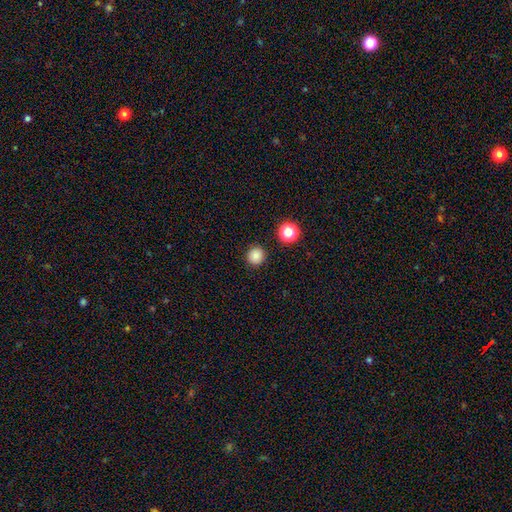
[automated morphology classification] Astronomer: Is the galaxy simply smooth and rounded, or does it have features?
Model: smooth — 83%.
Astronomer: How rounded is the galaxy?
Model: round — 92%.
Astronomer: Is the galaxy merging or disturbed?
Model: none — 91%.